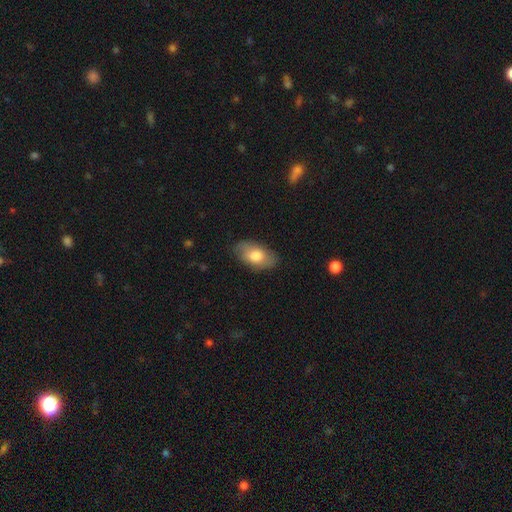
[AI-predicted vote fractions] smooth-or-featured: smooth: 75% | featured or disk: 19% | star or artifact: 6%
  how-rounded: in between: 93% | round: 5% | cigar-shaped: 2%
  merging: none: 78% | minor disturbance: 17% | major disturbance: 4% | merger: 1%